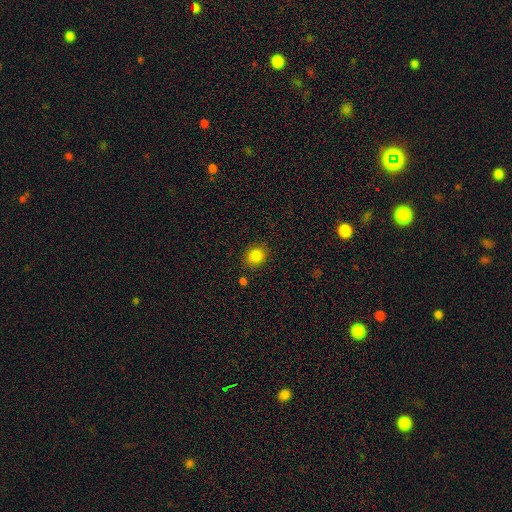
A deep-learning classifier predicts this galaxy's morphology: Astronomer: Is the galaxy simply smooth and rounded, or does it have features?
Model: smooth — 84%.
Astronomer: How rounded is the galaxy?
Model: round — 73%.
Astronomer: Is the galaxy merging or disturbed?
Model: none — 86%.